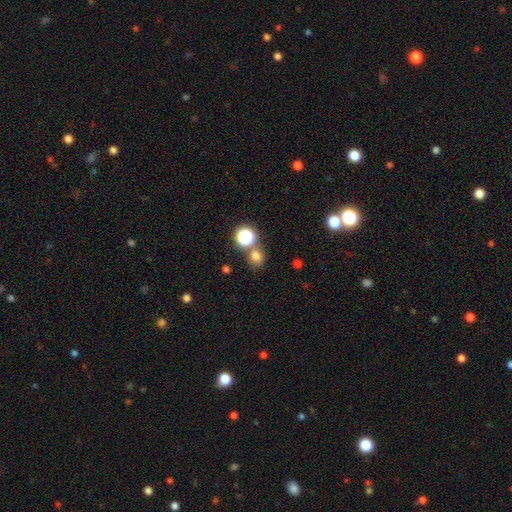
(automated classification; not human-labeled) smooth-or-featured: smooth: 72% | star or artifact: 21% | featured or disk: 7%
  how-rounded: round: 78% | in between: 21% | cigar-shaped: 1%
  merging: none: 66% | merger: 21% | minor disturbance: 9% | major disturbance: 4%